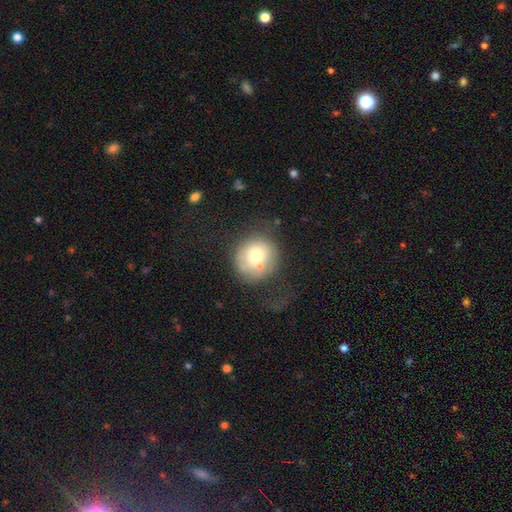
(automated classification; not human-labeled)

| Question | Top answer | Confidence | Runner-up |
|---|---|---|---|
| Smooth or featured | smooth | 64% | featured or disk (26%) |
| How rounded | round | 86% | in between (13%) |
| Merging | none | 43% | major disturbance (21%) |